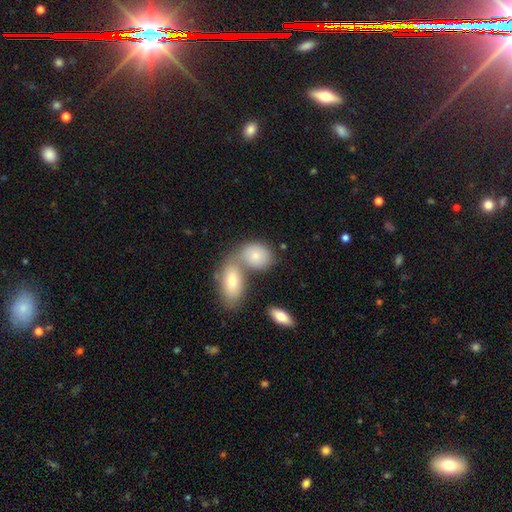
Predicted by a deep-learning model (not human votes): smooth-or-featured: smooth: 78% | featured or disk: 15% | star or artifact: 7%
  how-rounded: in between: 65% | round: 33% | cigar-shaped: 2%
  merging: merger: 50% | none: 37% | minor disturbance: 10% | major disturbance: 4%